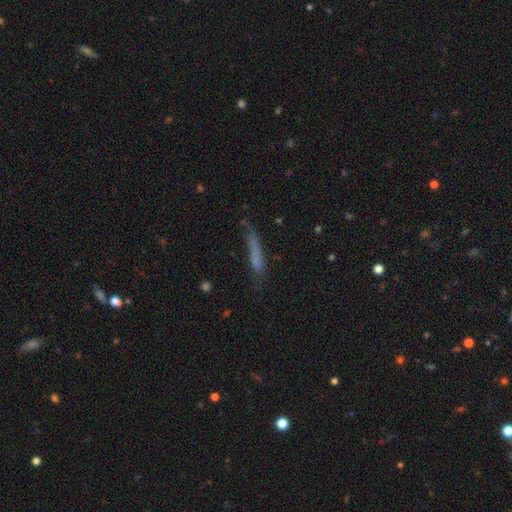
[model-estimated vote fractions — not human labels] A smooth galaxy with no disk features (63%) that is cigar-shaped (91%). Merging: none (60%).